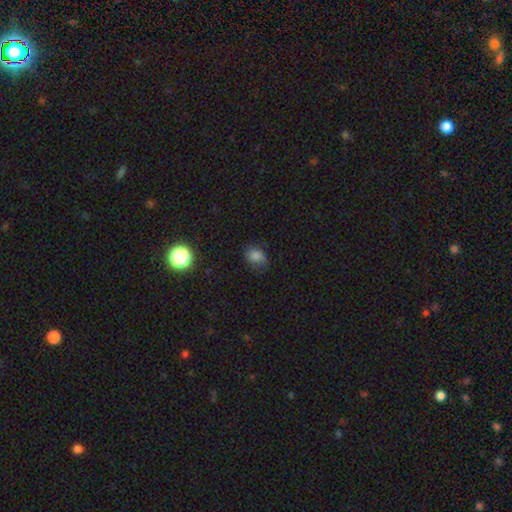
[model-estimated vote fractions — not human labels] Smooth or featured? smooth (79%)
How rounded? in between (59%)
Merging? none (67%)